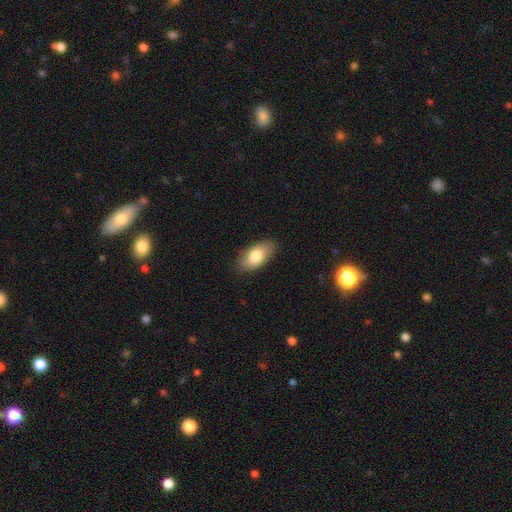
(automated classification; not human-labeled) Smooth or featured: smooth — 78% (featured or disk — 15%)
How rounded: in between — 93% (cigar-shaped — 4%)
Merging: none — 84% (minor disturbance — 12%)